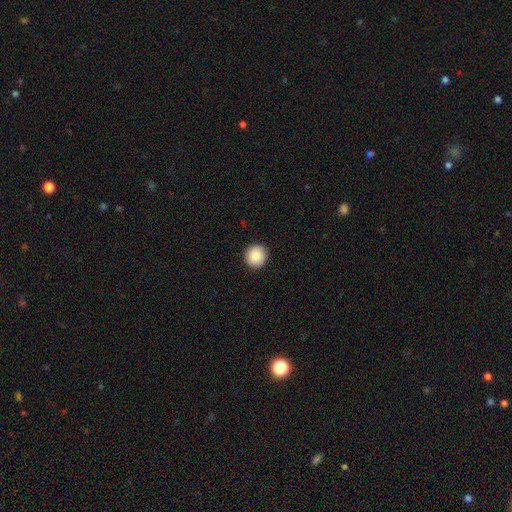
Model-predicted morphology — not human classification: Q: Smooth or featured?
A: smooth (88%); runner-up: star or artifact (8%)
Q: How rounded?
A: round (94%); runner-up: in between (5%)
Q: Merging?
A: none (92%); runner-up: minor disturbance (5%)